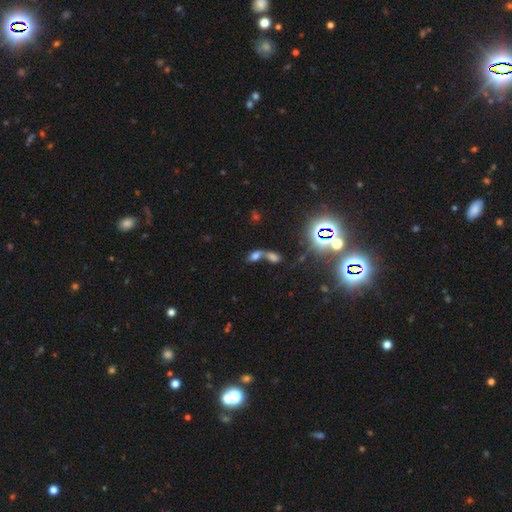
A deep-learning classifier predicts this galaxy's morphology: A smooth galaxy with no disk features (57%) that is in between round and cigar-shaped (79%).

Vote fractions:
- Smooth or featured? smooth: 57% / star or artifact: 27% / featured or disk: 16%
- How rounded? in between: 79% / round: 14% / cigar-shaped: 7%
- Merging? merger: 72% / none: 17% / major disturbance: 6% / minor disturbance: 6%